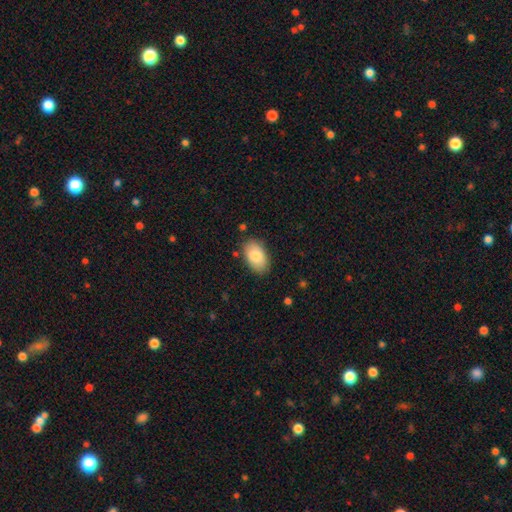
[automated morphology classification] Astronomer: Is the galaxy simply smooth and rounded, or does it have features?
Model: smooth — 85%.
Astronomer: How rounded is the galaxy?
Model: in between — 93%.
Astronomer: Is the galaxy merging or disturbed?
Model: none — 83%.